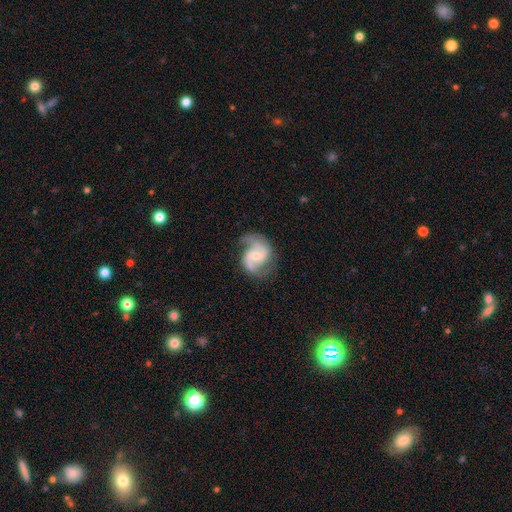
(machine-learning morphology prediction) smooth-or-featured: featured or disk: 88% | smooth: 7% | star or artifact: 5%
  disk-edge-on: no: 98% | yes: 2%
    bar: weak: 44% | no: 42% | strong: 13%
    has-spiral-arms: yes: 97% | no: 3%
      spiral-winding: medium: 55% | loose: 27% | tight: 18%
      spiral-arm-count: 2: 88% | 3: 4% | can't tell: 4% | 1: 3% | 4: 1% | more than 4: 1%
    bulge-size: moderate: 48% | small: 47% | large: 2% | none: 2% | dominant: 1%
  merging: none: 69% | minor disturbance: 20% | major disturbance: 9% | merger: 2%